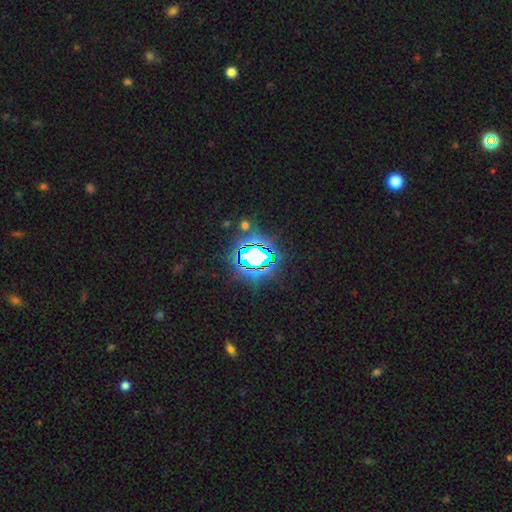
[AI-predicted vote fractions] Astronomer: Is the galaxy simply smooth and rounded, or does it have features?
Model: star or artifact — 72%.